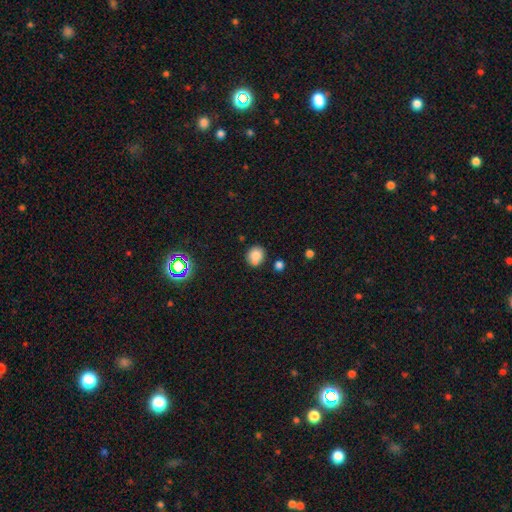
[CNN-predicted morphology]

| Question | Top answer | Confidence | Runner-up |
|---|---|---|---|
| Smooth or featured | smooth | 81% | star or artifact (11%) |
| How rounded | round | 81% | in between (18%) |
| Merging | none | 69% | minor disturbance (16%) |